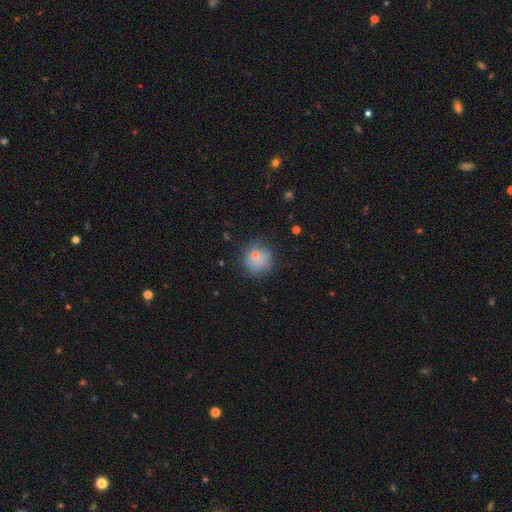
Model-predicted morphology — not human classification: Overall: smooth (73%). How rounded: round (87%). Merging: none (67%).